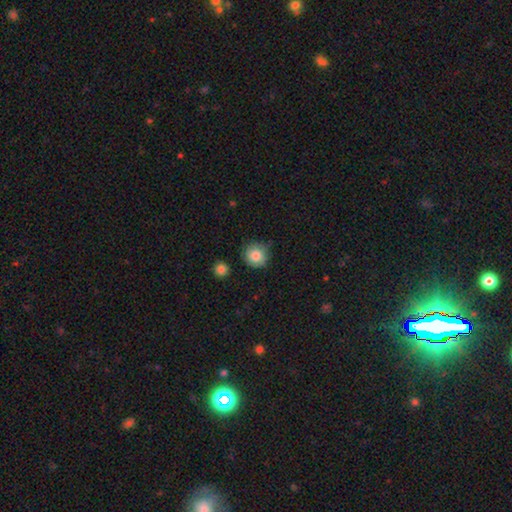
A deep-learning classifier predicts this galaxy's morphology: Smooth or featured? smooth (82%)
How rounded? round (92%)
Merging? none (76%)